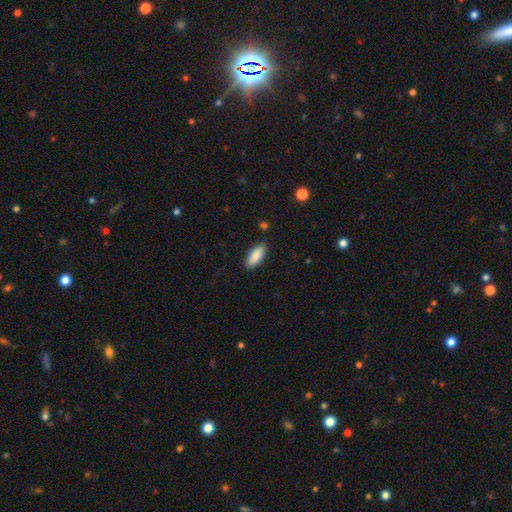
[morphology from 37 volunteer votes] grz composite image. It shows a smooth galaxy with no disk features (97%) that is in between round and cigar-shaped (72%). Merging: none (92%).